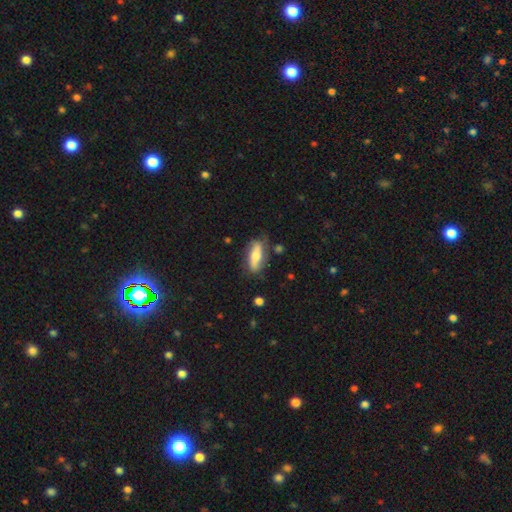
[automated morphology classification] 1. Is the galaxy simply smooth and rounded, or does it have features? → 56% smooth, 37% featured or disk, 7% star or artifact.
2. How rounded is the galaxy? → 67% in between, 30% cigar-shaped, 3% round.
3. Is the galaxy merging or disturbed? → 70% none, 21% minor disturbance, 6% major disturbance, 3% merger.